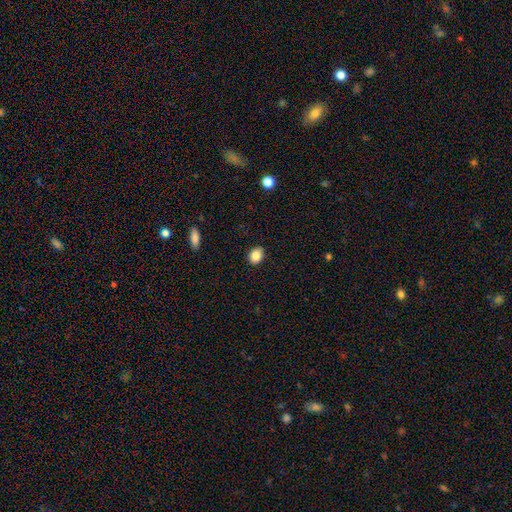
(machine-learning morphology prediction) This appears to be a smooth galaxy with no disk features (85%) that is in between round and cigar-shaped (58%). Merging: none (88%).